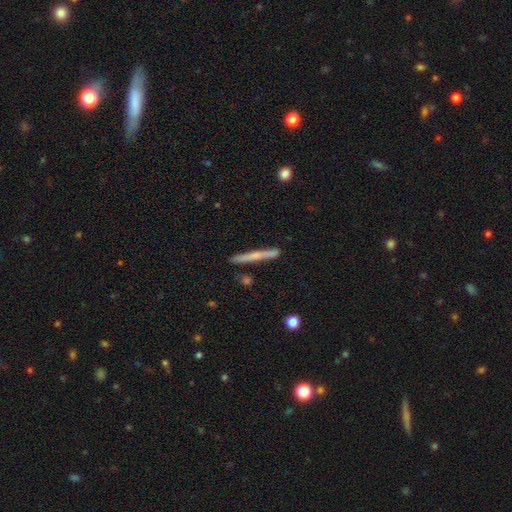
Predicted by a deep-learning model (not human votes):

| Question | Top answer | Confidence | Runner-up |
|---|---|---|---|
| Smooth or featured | smooth | 48% | featured or disk (45%) |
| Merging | none | 87% | minor disturbance (9%) |